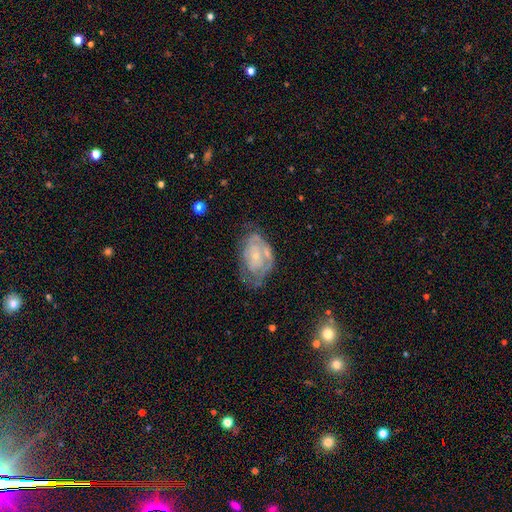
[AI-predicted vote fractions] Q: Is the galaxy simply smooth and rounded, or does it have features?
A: featured or disk — 69%.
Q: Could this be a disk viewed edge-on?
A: no — 96%.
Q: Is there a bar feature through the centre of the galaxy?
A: no — 77%.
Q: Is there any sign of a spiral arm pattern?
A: yes — 66%.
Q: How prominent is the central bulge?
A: small — 72%.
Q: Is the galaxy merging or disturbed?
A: none — 50%.